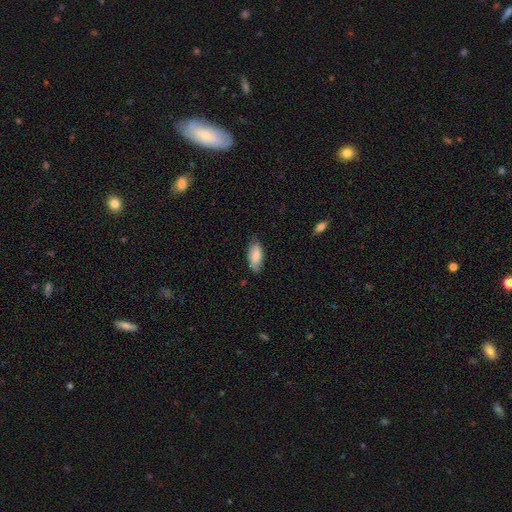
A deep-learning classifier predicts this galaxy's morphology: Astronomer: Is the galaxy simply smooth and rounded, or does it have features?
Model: smooth — 81%.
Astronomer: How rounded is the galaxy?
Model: in between — 89%.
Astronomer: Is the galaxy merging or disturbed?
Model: none — 75%.